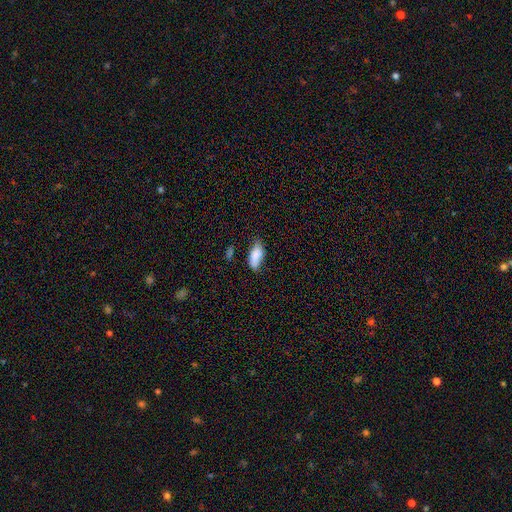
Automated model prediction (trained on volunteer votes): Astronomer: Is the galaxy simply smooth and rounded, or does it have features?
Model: smooth — 83%.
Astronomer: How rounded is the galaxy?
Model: in between — 89%.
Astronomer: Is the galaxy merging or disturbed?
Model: none — 57%.